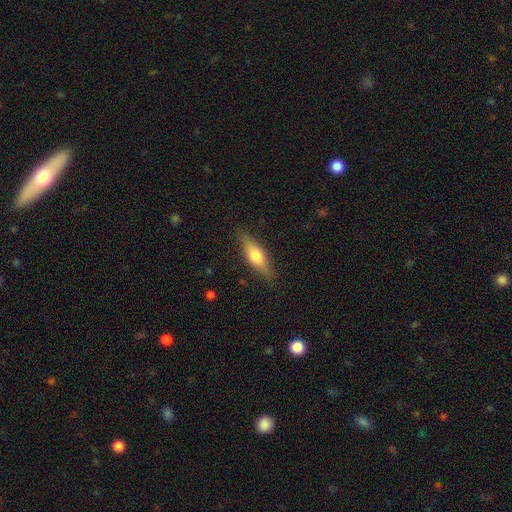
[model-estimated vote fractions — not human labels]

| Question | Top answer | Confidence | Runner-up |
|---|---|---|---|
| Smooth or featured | smooth | 54% | featured or disk (39%) |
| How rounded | in between | 51% | cigar-shaped (45%) |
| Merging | none | 84% | minor disturbance (12%) |